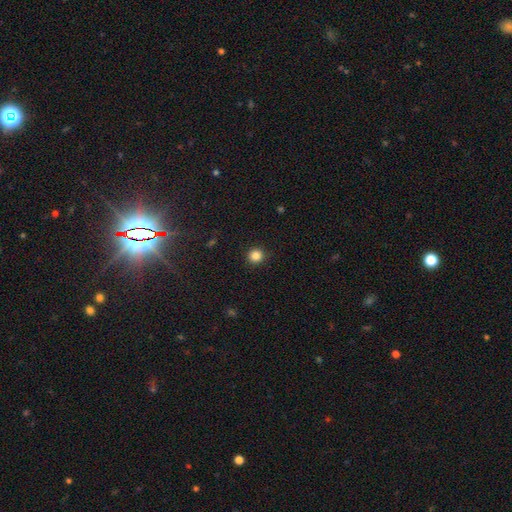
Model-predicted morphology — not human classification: A smooth galaxy with no disk features (85%) that is round (94%).

Vote fractions:
- Smooth or featured? smooth: 85% / star or artifact: 11% / featured or disk: 4%
- How rounded? round: 94% / in between: 5% / cigar-shaped: 1%
- Merging? none: 92% / minor disturbance: 5% / major disturbance: 2% / merger: 1%